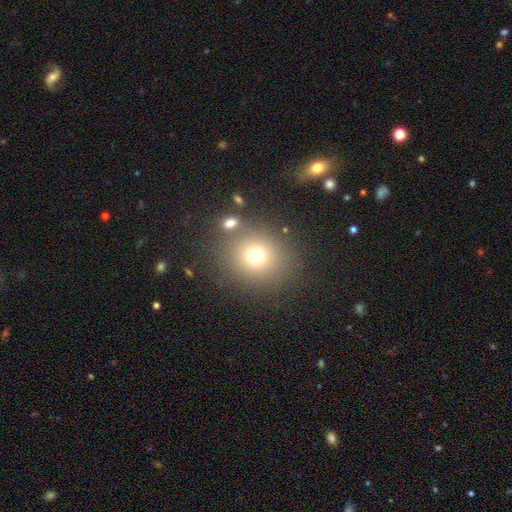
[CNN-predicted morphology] Smooth or featured?
  - smooth: 73% *
  - star or artifact: 16%
  - featured or disk: 11%
How rounded?
  - round: 81% *
  - in between: 19%
  - cigar-shaped: 1%
Merging?
  - none: 79% *
  - minor disturbance: 9%
  - merger: 7%
  - major disturbance: 4%